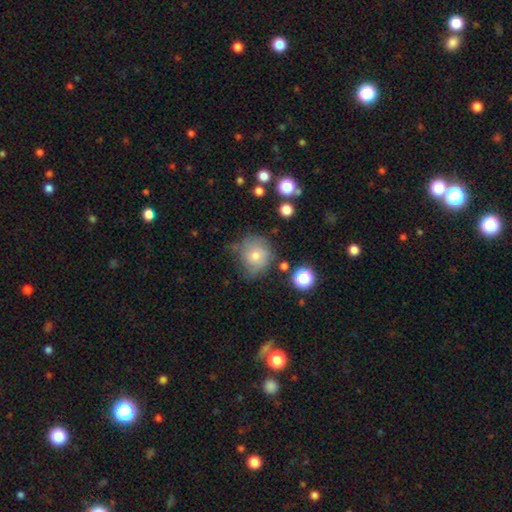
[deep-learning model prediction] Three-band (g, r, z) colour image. It shows a smooth galaxy with no disk features (63%) that is round (84%). Merging: none (55%).